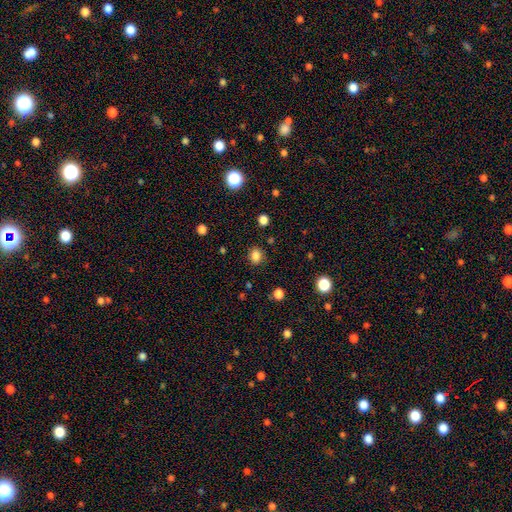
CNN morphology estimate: Smooth or featured? Predicted: smooth (p=0.84). How rounded? Predicted: round (p=0.68). Merging? Predicted: none (p=0.86).